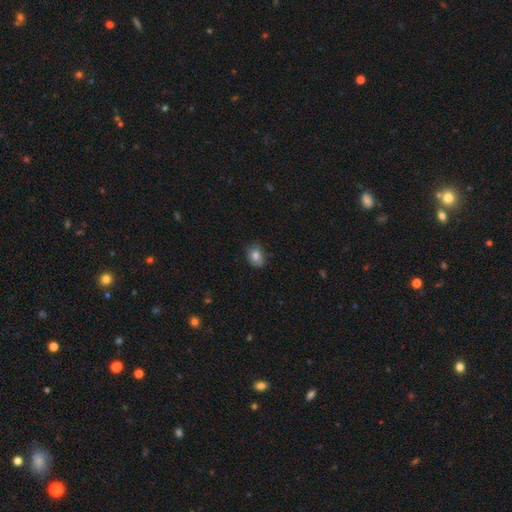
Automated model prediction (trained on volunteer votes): This is likely a smooth galaxy (80%). How rounded: likely in between (61%). Merging: likely none (73%).